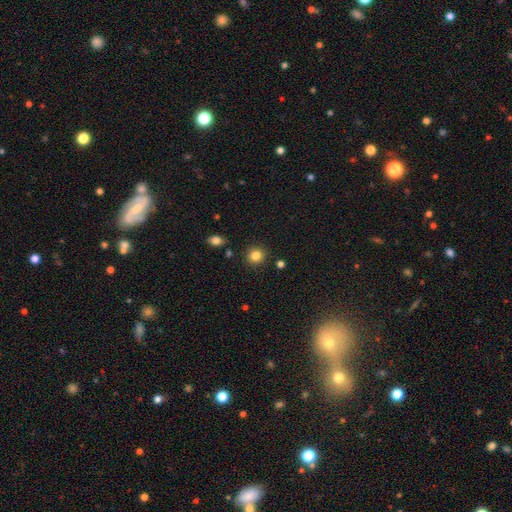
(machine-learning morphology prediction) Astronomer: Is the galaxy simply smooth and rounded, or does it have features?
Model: smooth — 84%.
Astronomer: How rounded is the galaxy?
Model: round — 89%.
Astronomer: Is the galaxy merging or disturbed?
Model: none — 89%.